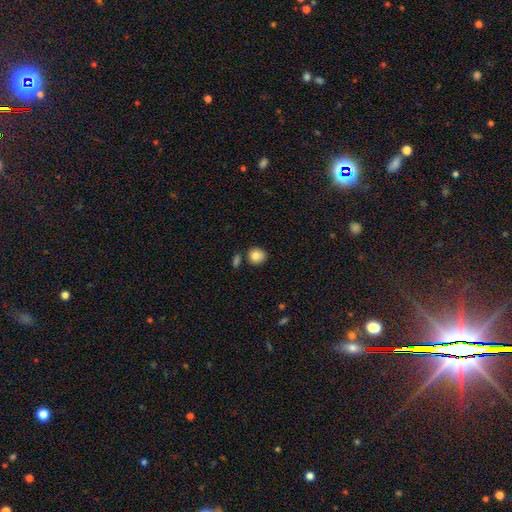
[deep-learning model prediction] smooth-or-featured: smooth: 83% | star or artifact: 9% | featured or disk: 8%
  how-rounded: round: 88% | in between: 11% | cigar-shaped: 1%
  merging: none: 80% | minor disturbance: 10% | merger: 7% | major disturbance: 2%